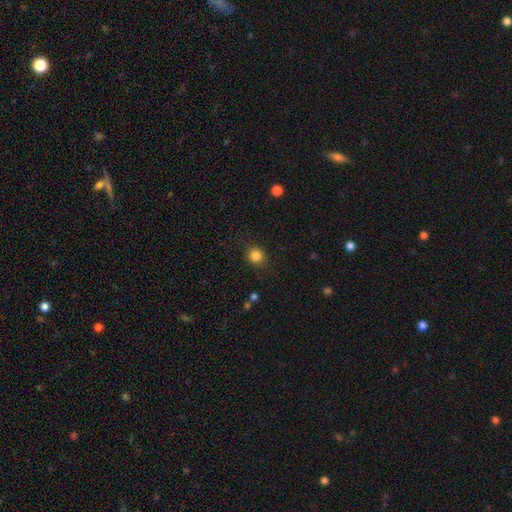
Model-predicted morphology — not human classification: smooth 85%, star or artifact 11%, featured or disk 4%. Down the decision tree: how rounded — round (82%); merging — none (87%).